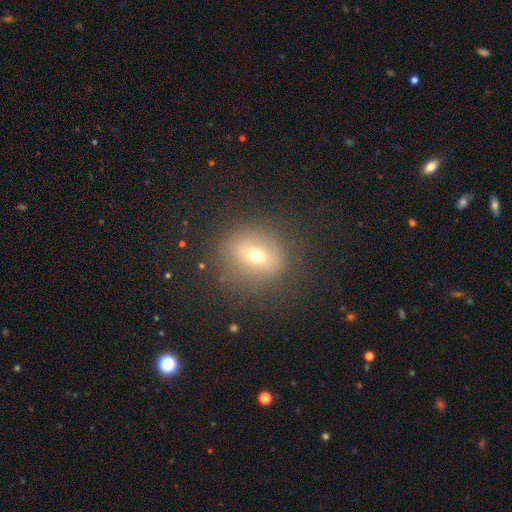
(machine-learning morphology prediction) This appears to be a smooth galaxy with no disk features (57%) that is round (76%). Merging: none (82%).